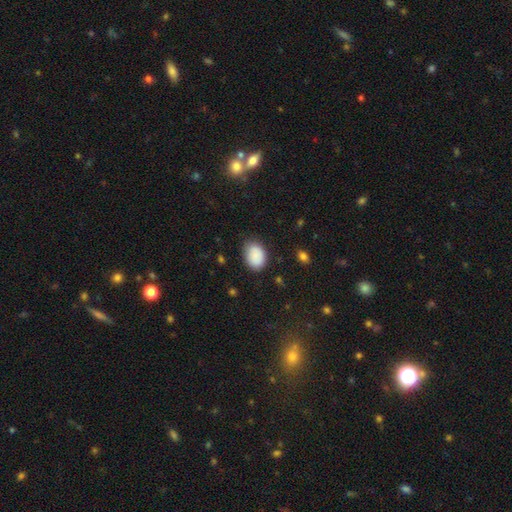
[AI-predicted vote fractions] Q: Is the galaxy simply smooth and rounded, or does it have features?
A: smooth — 88%.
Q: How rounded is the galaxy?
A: in between — 73%.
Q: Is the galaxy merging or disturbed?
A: none — 73%.